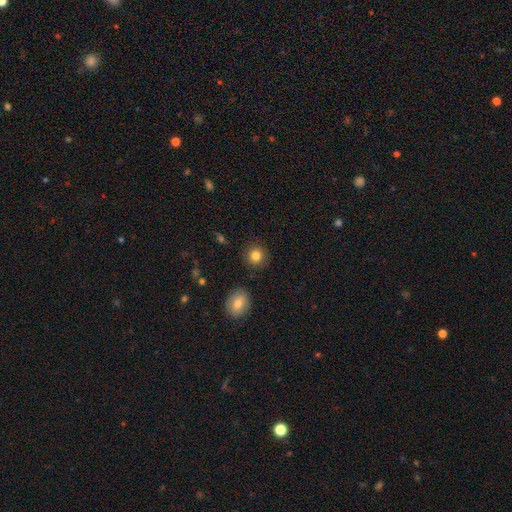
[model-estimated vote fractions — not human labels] Smooth or featured: smooth — 83% (star or artifact — 10%)
How rounded: round — 89% (in between — 10%)
Merging: none — 88% (minor disturbance — 7%)